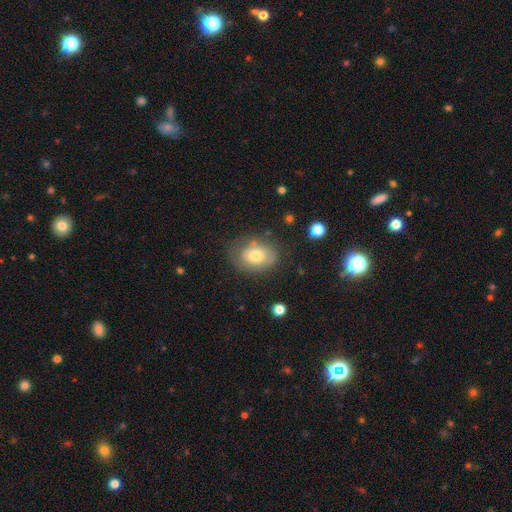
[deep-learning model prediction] This is likely a smooth galaxy (61%). How rounded: likely in between (65%). Merging: likely none (63%).